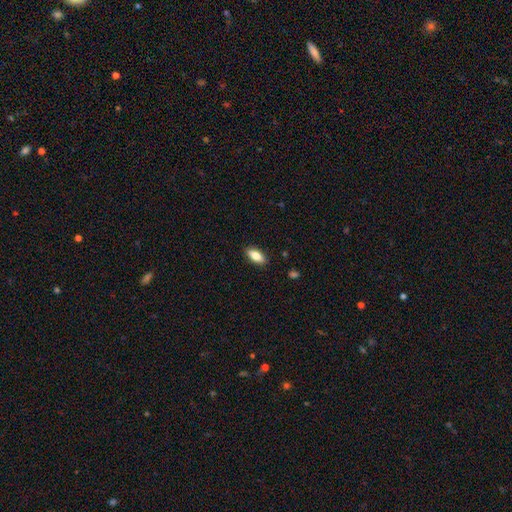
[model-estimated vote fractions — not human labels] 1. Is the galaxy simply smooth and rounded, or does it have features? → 81% smooth, 12% featured or disk, 7% star or artifact.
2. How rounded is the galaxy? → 83% in between, 15% cigar-shaped, 3% round.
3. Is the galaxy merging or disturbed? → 89% none, 8% minor disturbance, 2% major disturbance, 1% merger.